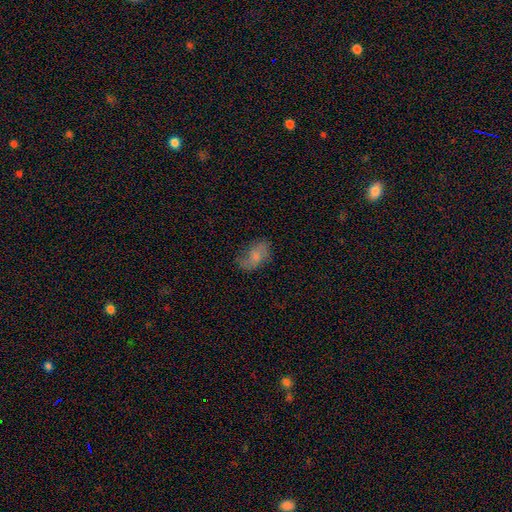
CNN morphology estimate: The model was most divided on "merging": none: 60%, minor disturbance: 26%, major disturbance: 12%, merger: 2%. More confident: how rounded — in between (90%); smooth or featured — smooth (64%).